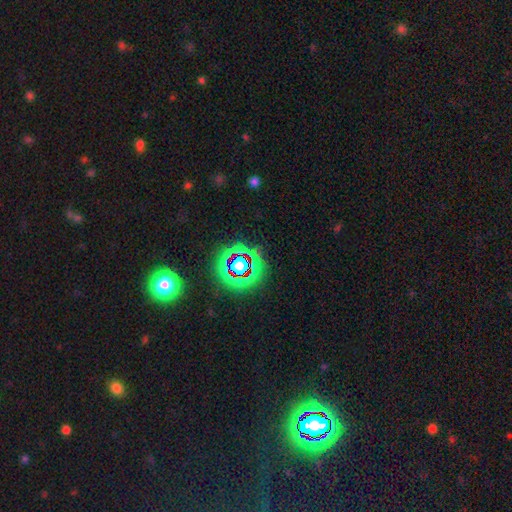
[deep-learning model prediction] The model was most divided on "smooth or featured": star or artifact: 77%, smooth: 14%, featured or disk: 8%.